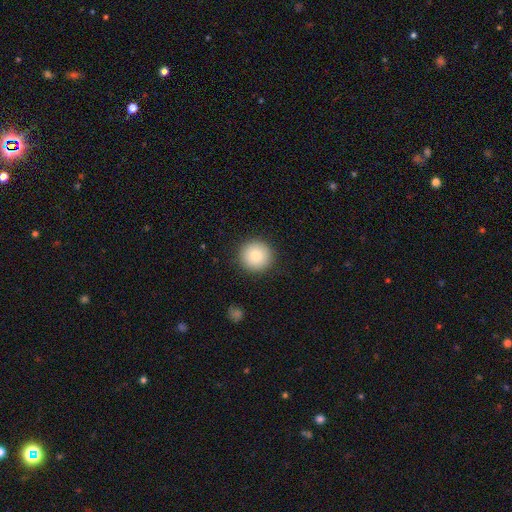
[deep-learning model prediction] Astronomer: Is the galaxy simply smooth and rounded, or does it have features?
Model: smooth — 83%.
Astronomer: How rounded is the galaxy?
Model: round — 95%.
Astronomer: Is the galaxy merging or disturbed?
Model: none — 91%.